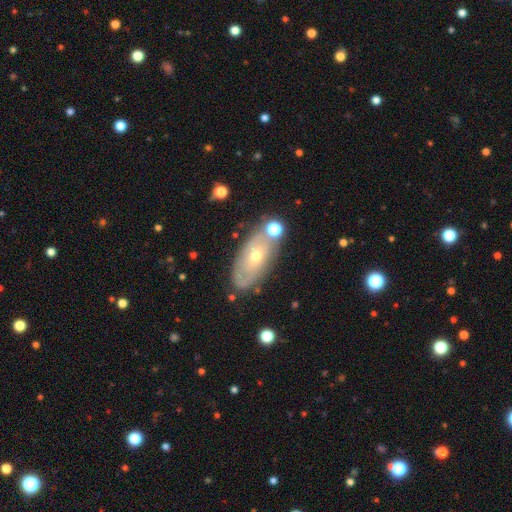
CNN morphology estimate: Q: Smooth or featured?
A: featured or disk (62%); runner-up: smooth (30%)
Q: Edge-on disk?
A: no (86%); runner-up: yes (14%)
Q: Bar?
A: no (79%); runner-up: weak (17%)
Q: Spiral arms?
A: yes (57%); runner-up: no (43%)
Q: Bulge size?
A: moderate (53%); runner-up: small (43%)
Q: Merging?
A: none (69%); runner-up: minor disturbance (18%)